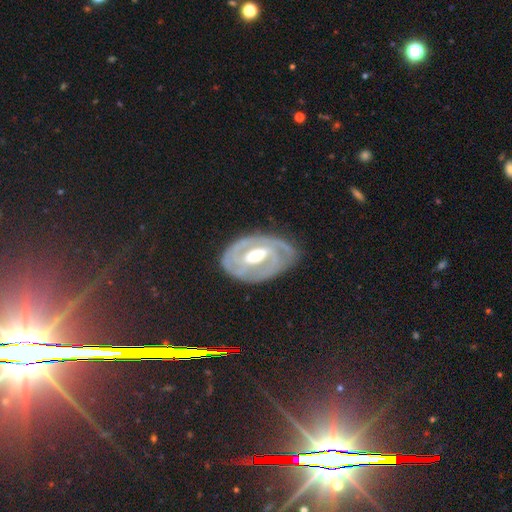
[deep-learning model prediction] Smooth or featured? featured or disk (85%)
Edge-on disk? no (96%)
Bar? weak (43%)
Spiral arms? yes (91%)
Spiral winding? tight (69%)
Spiral arm count? 2 (51%)
Bulge size? moderate (67%)
Merging? none (73%)